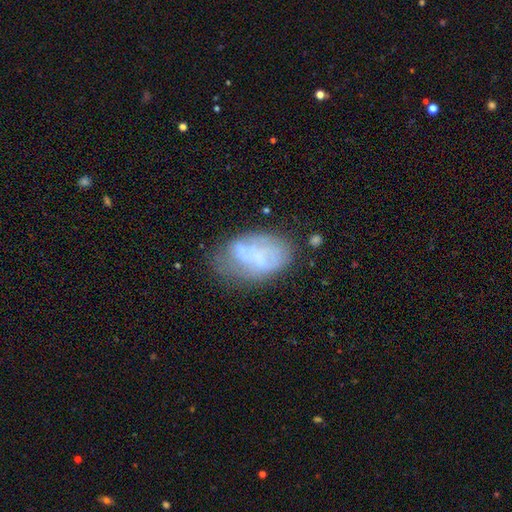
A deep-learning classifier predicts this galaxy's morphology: A featured or disk galaxy (50%). Merging: none (45%).